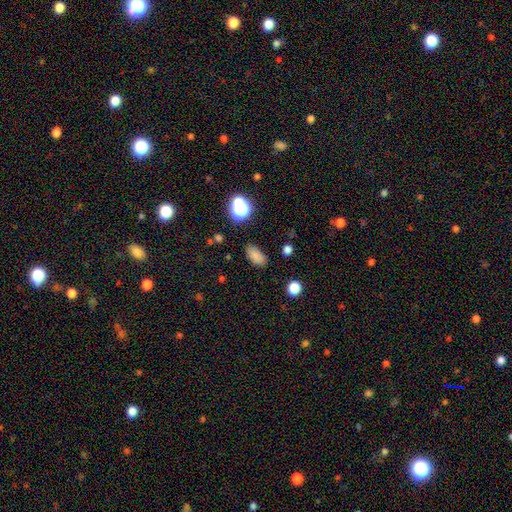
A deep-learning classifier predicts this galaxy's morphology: A smooth galaxy with no disk features (81%) that is in between round and cigar-shaped (89%).

Vote fractions:
- Smooth or featured? smooth: 81% / star or artifact: 14% / featured or disk: 5%
- How rounded? in between: 89% / round: 6% / cigar-shaped: 5%
- Merging? none: 79% / minor disturbance: 14% / major disturbance: 4% / merger: 2%